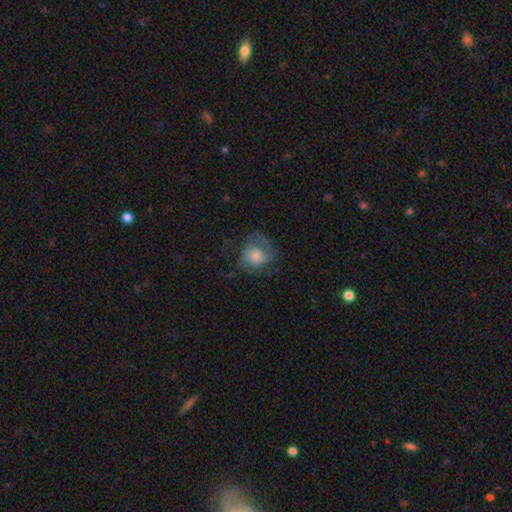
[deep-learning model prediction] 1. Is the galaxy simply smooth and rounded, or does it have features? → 52% smooth, 38% featured or disk, 9% star or artifact.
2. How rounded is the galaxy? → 78% round, 21% in between, 1% cigar-shaped.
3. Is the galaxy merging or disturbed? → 59% none, 22% minor disturbance, 18% major disturbance, 1% merger.